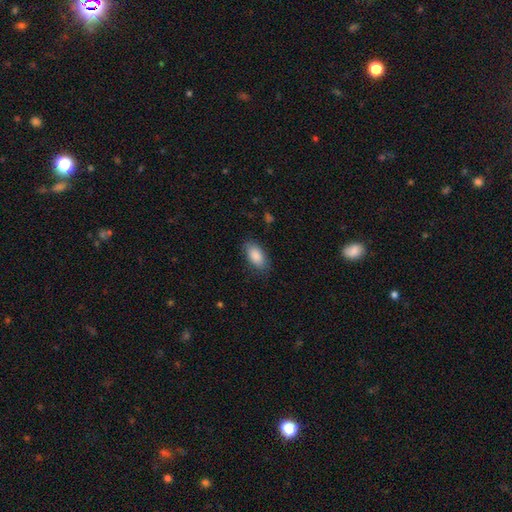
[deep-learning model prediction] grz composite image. It shows a smooth galaxy with no disk features (88%) that is in between round and cigar-shaped (93%). Merging: none (82%).